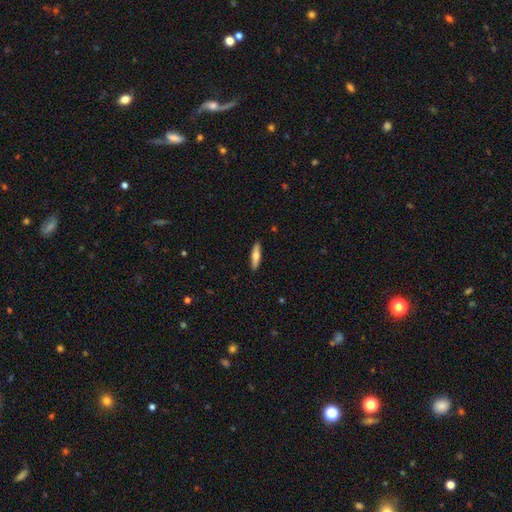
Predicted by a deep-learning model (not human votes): This is likely a smooth galaxy (60%). How rounded: likely cigar-shaped (73%). Merging: clearly none (91%).